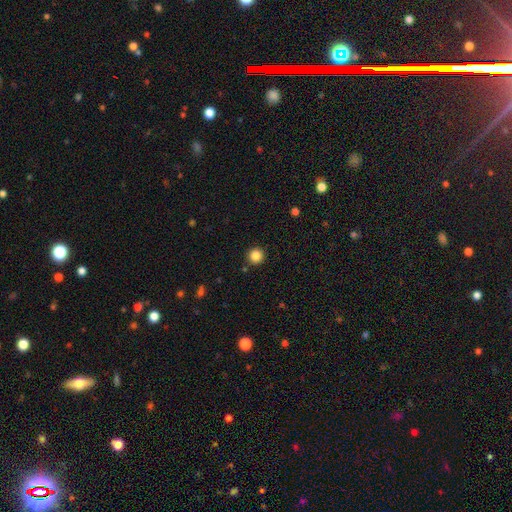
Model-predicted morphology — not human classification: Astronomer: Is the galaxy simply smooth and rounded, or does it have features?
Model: smooth — 85%.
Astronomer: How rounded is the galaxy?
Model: round — 95%.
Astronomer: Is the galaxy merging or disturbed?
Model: none — 91%.